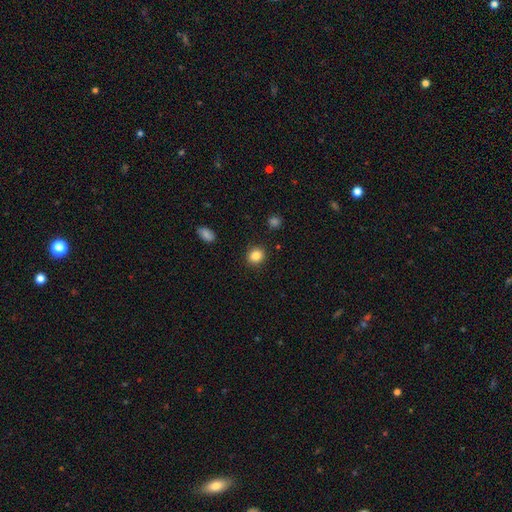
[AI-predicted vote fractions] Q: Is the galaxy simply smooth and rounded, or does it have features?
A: smooth — 85%.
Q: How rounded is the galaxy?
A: round — 80%.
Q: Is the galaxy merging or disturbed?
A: none — 90%.